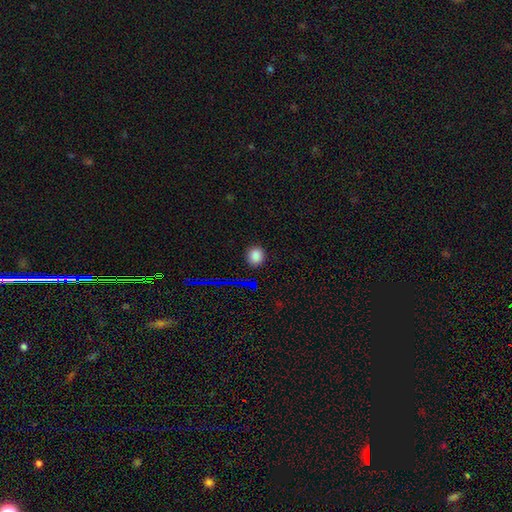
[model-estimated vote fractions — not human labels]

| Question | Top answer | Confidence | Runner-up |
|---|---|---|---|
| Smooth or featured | smooth | 80% | star or artifact (15%) |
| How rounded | round | 76% | in between (23%) |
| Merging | none | 88% | minor disturbance (8%) |